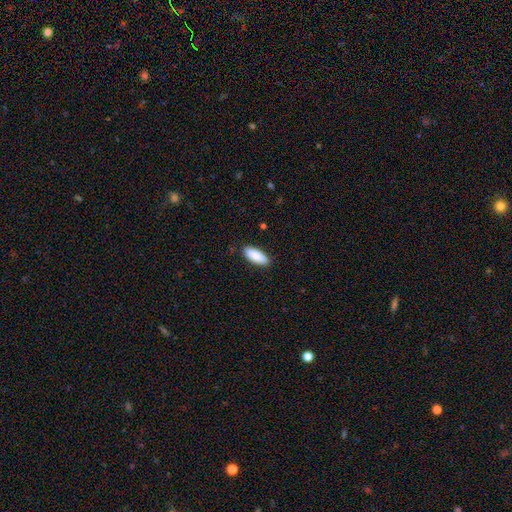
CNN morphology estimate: The model was most divided on "how rounded": in between: 80%, cigar-shaped: 18%, round: 2%. More confident: smooth or featured — smooth (88%); merging — none (86%).